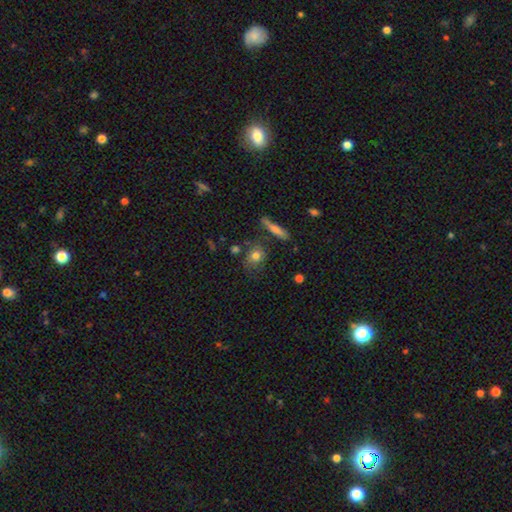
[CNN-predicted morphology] type=smooth (70%); roundness=round (56%); merging=none (66%).